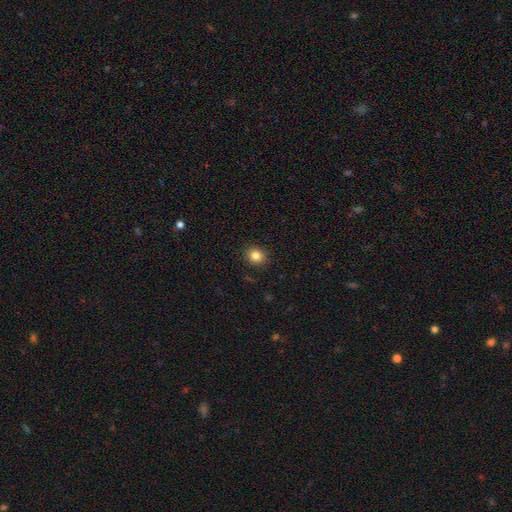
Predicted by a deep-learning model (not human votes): Q: Smooth or featured?
A: smooth (84%); runner-up: star or artifact (11%)
Q: How rounded?
A: round (74%); runner-up: in between (25%)
Q: Merging?
A: none (90%); runner-up: minor disturbance (7%)